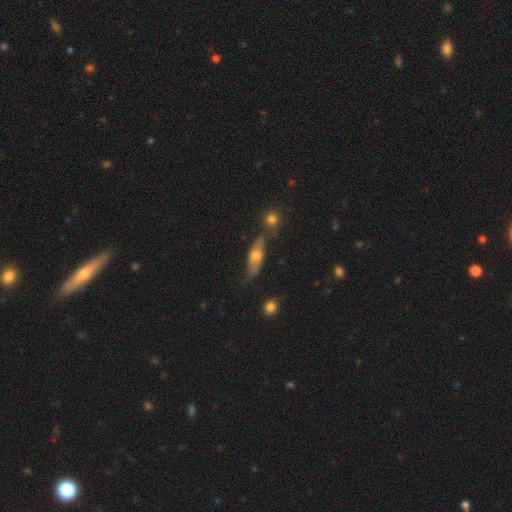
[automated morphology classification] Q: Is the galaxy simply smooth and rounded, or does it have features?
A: smooth — 50%.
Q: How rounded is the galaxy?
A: in between — 56%.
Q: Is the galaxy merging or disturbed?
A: none — 57%.